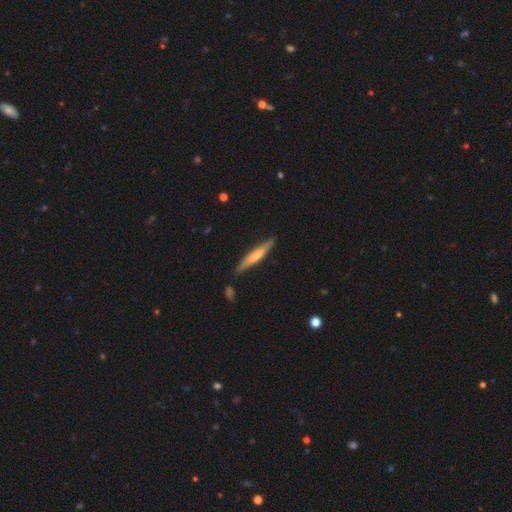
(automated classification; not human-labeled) Q: Smooth or featured?
A: smooth (58%); runner-up: featured or disk (37%)
Q: How rounded?
A: cigar-shaped (92%); runner-up: in between (6%)
Q: Merging?
A: none (83%); runner-up: minor disturbance (12%)